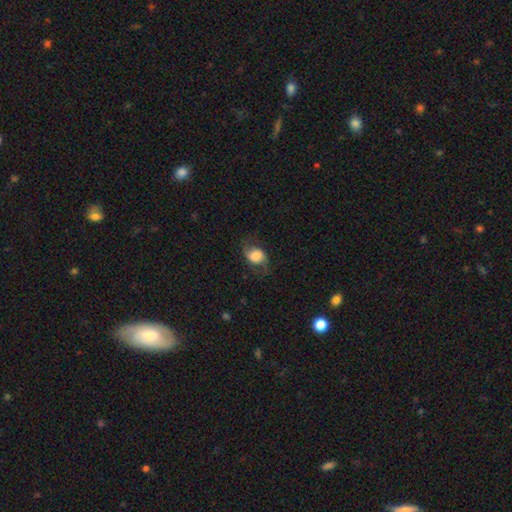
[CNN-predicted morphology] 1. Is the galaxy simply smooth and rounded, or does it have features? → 56% smooth, 35% featured or disk, 9% star or artifact.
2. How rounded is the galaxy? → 58% in between, 41% round, 1% cigar-shaped.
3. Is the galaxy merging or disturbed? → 64% none, 21% minor disturbance, 13% major disturbance, 1% merger.